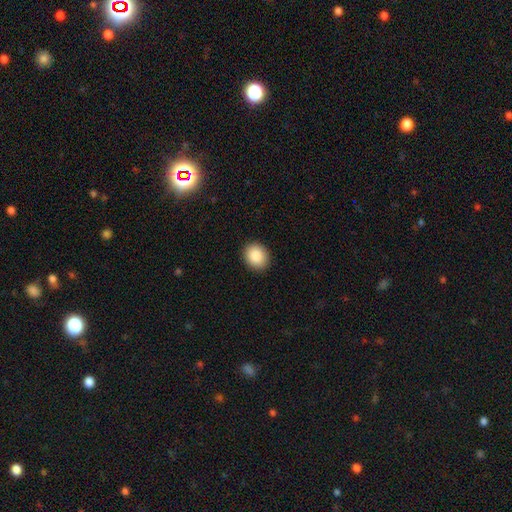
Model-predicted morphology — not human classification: Overall: smooth (87%). How rounded: round (63%; in between 36%). Merging: none (91%).